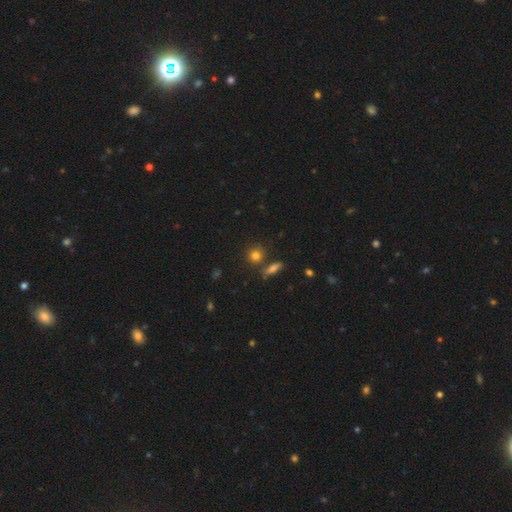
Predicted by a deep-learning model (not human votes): Overall: smooth (81%). How rounded: round (81%). Merging: none (72%).